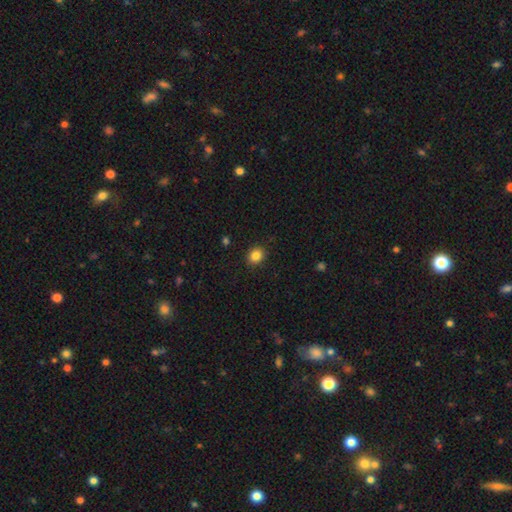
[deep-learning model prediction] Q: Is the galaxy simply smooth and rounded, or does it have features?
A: smooth — 86%.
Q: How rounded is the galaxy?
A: round — 62%.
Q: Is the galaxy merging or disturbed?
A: none — 89%.